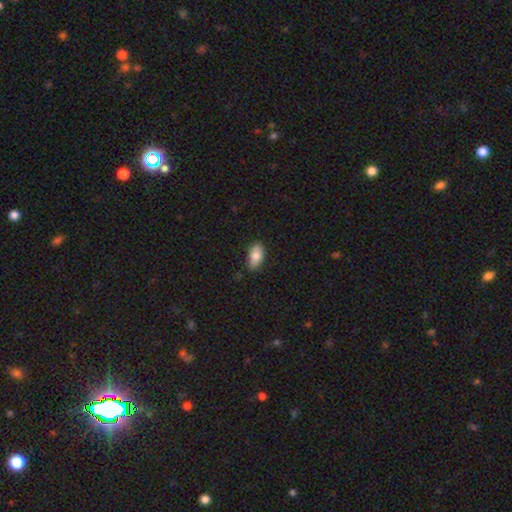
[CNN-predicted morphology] Smooth or featured? smooth (79%)
How rounded? in between (92%)
Merging? none (76%)